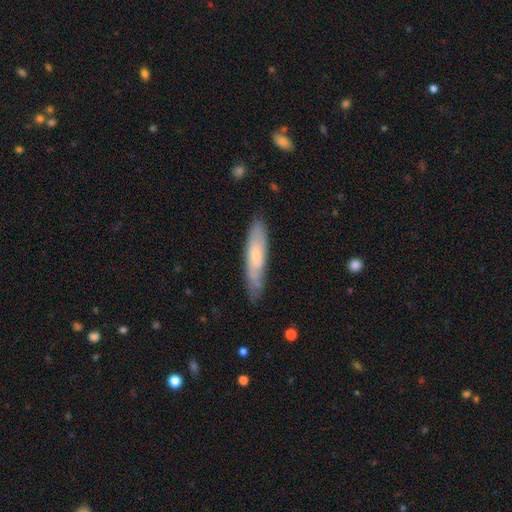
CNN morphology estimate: A smooth galaxy with no disk features (58%) that is cigar-shaped (79%). Merging: none (72%).